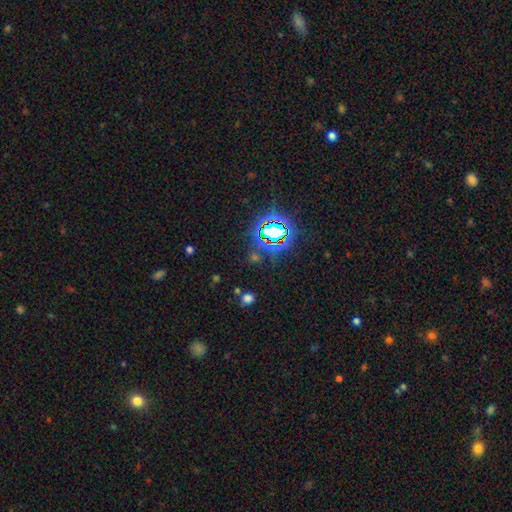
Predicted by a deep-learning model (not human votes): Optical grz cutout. It shows a star or artifact, not a galaxy (70%).